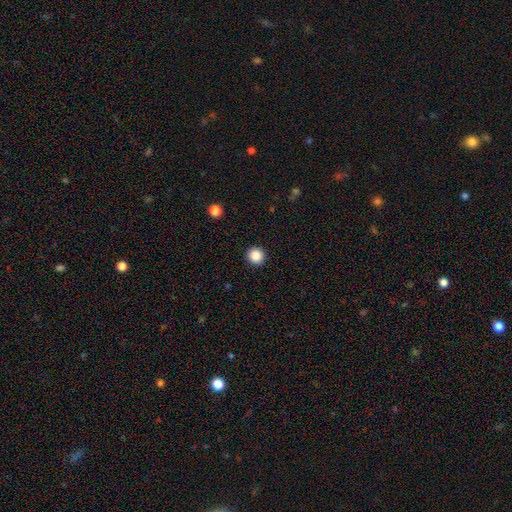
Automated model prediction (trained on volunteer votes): Morphology: type=smooth (87%); roundness=round (94%); merging=none (93%).